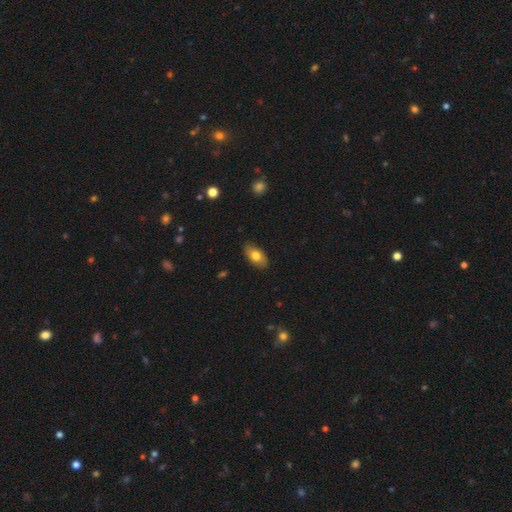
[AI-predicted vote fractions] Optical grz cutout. It shows a smooth galaxy with no disk features (75%) that is in between round and cigar-shaped (91%). Merging: none (85%).